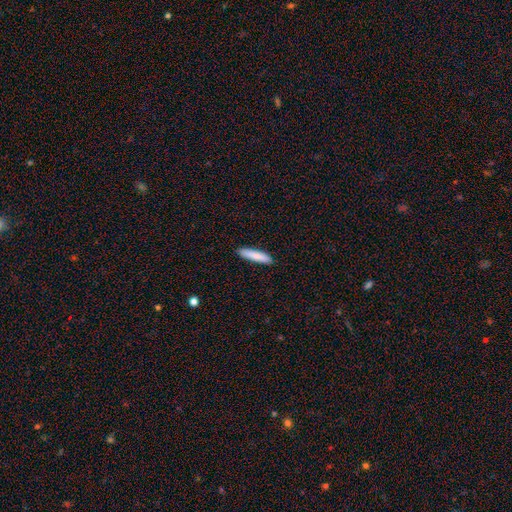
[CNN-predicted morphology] smooth-or-featured: smooth: 86% | featured or disk: 9% | star or artifact: 6%
  how-rounded: cigar-shaped: 87% | in between: 11% | round: 1%
  merging: none: 91% | minor disturbance: 6% | major disturbance: 1% | merger: 1%